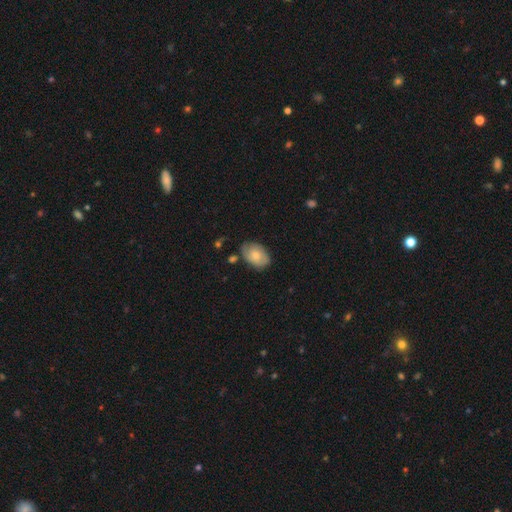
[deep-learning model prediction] The model was most divided on "smooth or featured": smooth: 59%, featured or disk: 35%, star or artifact: 7%. More confident: how rounded — in between (84%); merging — none (65%).